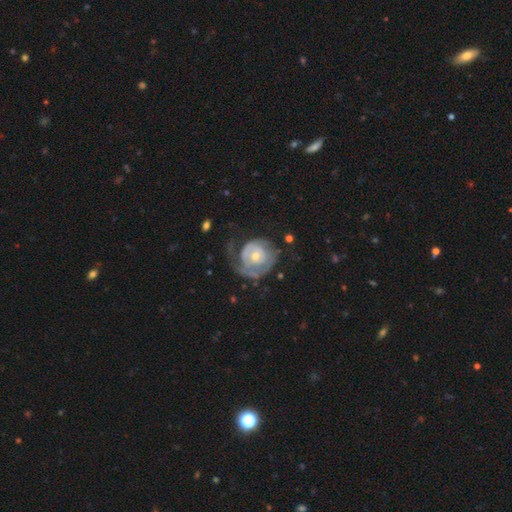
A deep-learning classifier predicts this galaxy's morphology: smooth-or-featured: featured or disk: 72% | smooth: 23% | star or artifact: 5%
  disk-edge-on: no: 97% | yes: 3%
    bar: no: 78% | weak: 18% | strong: 4%
    has-spiral-arms: yes: 75% | no: 25%
      spiral-winding: tight: 63% | medium: 24% | loose: 14%
      spiral-arm-count: can't tell: 34% | 1: 30% | 2: 26% | 3: 5% | 4: 2% | more than 4: 2%
    bulge-size: small: 54% | moderate: 41% | large: 3% | none: 2% | dominant: 1%
  merging: none: 46% | major disturbance: 29% | minor disturbance: 23% | merger: 2%